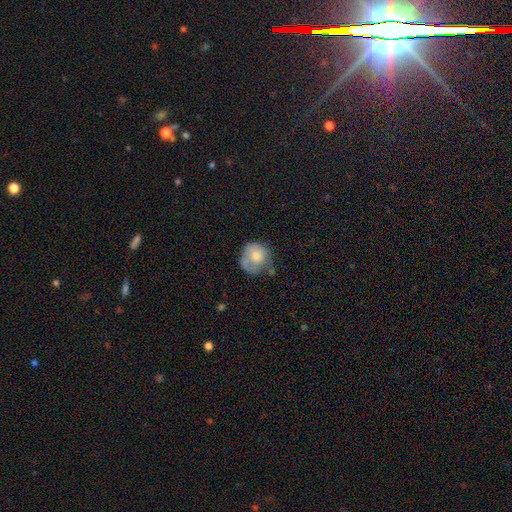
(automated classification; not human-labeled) Q: Smooth or featured?
A: smooth (66%); runner-up: featured or disk (26%)
Q: How rounded?
A: round (80%); runner-up: in between (19%)
Q: Merging?
A: none (44%); runner-up: minor disturbance (32%)